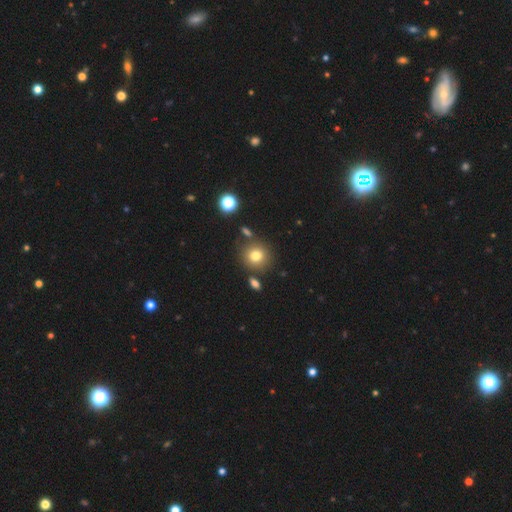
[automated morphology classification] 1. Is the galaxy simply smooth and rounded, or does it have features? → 77% smooth, 13% star or artifact, 10% featured or disk.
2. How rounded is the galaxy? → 88% round, 11% in between, 1% cigar-shaped.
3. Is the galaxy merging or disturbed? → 79% none, 9% minor disturbance, 8% merger, 3% major disturbance.